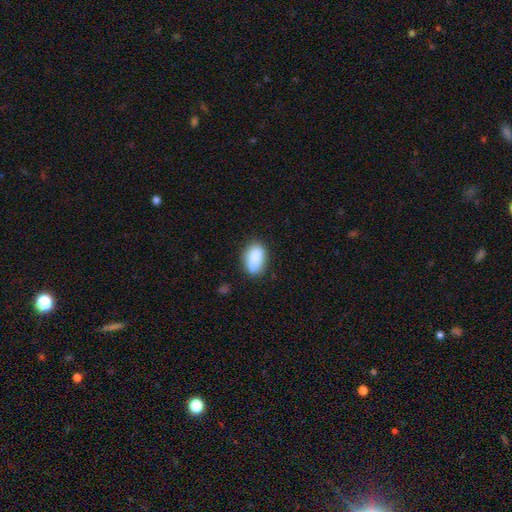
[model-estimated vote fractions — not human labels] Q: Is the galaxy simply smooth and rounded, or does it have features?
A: smooth — 83%.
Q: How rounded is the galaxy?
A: in between — 87%.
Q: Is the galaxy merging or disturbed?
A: none — 69%.